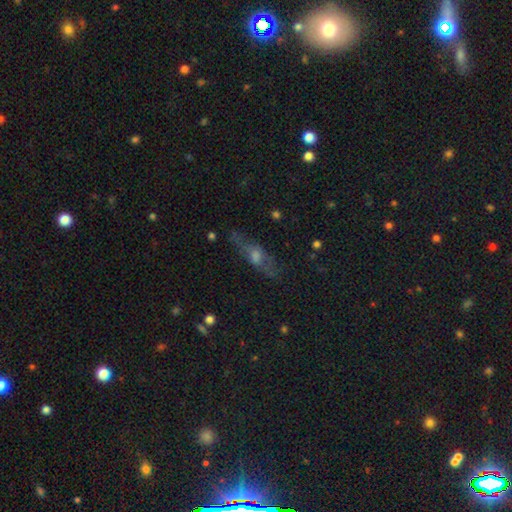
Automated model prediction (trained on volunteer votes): The model was most divided on "smooth or featured": featured or disk: 54%, smooth: 29%, star or artifact: 17%. More confident: merging — none (75%); edge-on disk — yes (68%).